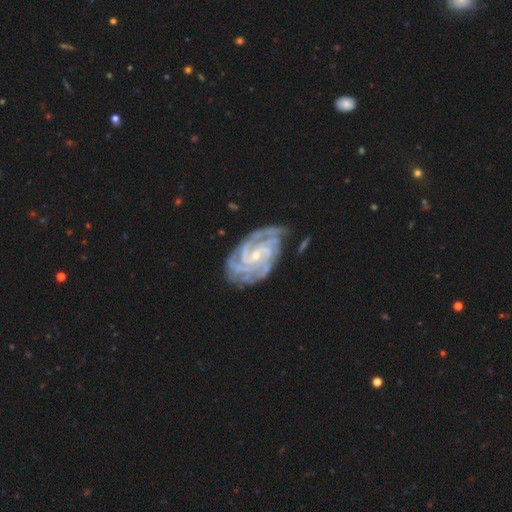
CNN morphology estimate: This is clearly a featured or disk galaxy (91%). It is clearly not viewed edge-on (97%). Bar: possibly no (46%). Spiral arm pattern: clearly yes (99%). Spiral arm count: marginally 4 (28%). Spiral winding: likely tight (72%). Central bulge: likely small (73%). Merging: likely none (73%).